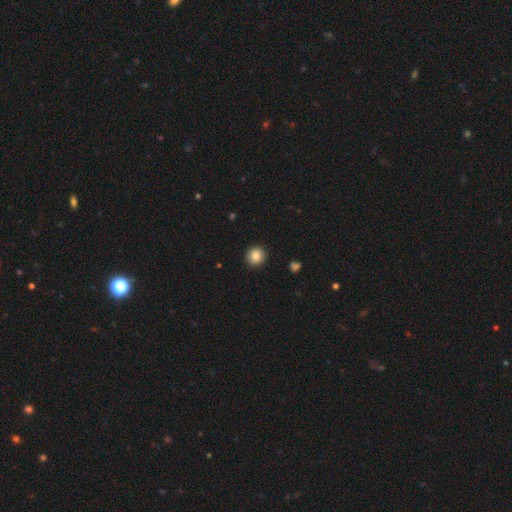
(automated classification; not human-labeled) This is clearly a smooth galaxy (85%). How rounded: clearly round (89%). Merging: clearly none (92%).